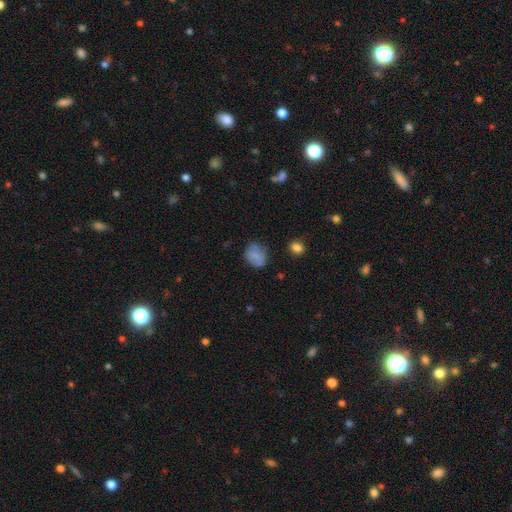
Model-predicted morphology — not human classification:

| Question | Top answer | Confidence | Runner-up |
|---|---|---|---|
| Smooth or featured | smooth | 73% | featured or disk (16%) |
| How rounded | in between | 51% | round (48%) |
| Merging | none | 60% | minor disturbance (26%) |